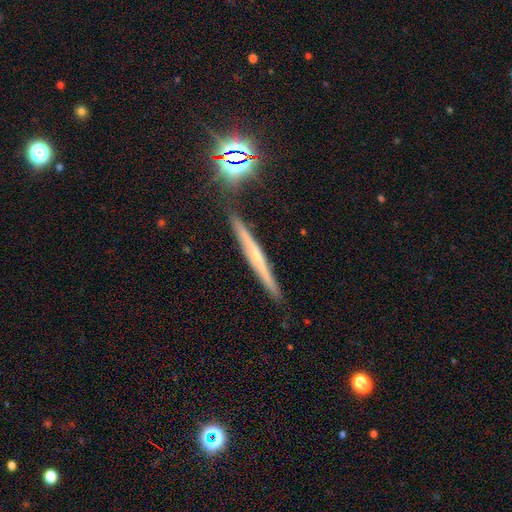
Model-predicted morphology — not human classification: A featured or disk galaxy (59%) viewed edge-on (96%) with a rounded central bulge (51%).

Vote fractions:
- Smooth or featured? featured or disk: 59% / smooth: 27% / star or artifact: 13%
- Edge-on disk? yes: 96% / no: 4%
- Edge-on bulge? rounded: 51% / none: 44% / boxy: 5%
- Merging? none: 88% / minor disturbance: 8% / merger: 2% / major disturbance: 2%